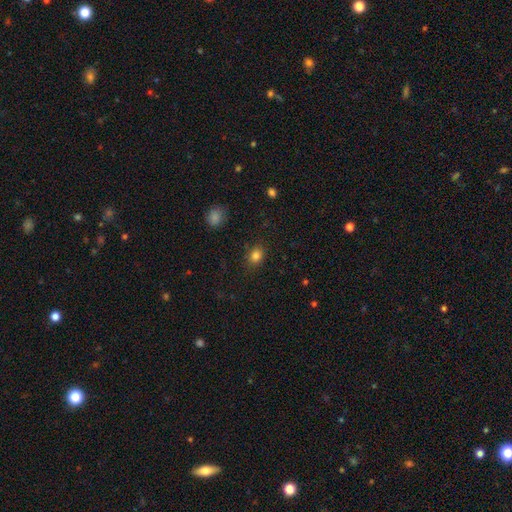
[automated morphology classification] Smooth or featured?
  - smooth: 83% *
  - star or artifact: 12%
  - featured or disk: 5%
How rounded?
  - round: 56% *
  - in between: 43%
  - cigar-shaped: 1%
Merging?
  - none: 85% *
  - minor disturbance: 11%
  - major disturbance: 3%
  - merger: 1%